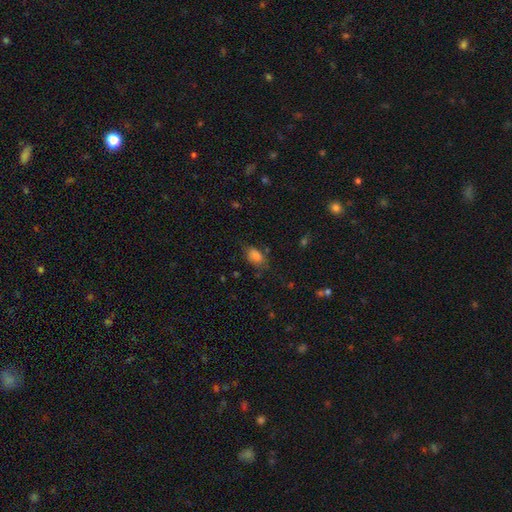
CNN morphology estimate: The model was most divided on "merging": none: 61%, minor disturbance: 27%, major disturbance: 9%, merger: 3%. More confident: how rounded — in between (87%); smooth or featured — smooth (79%).